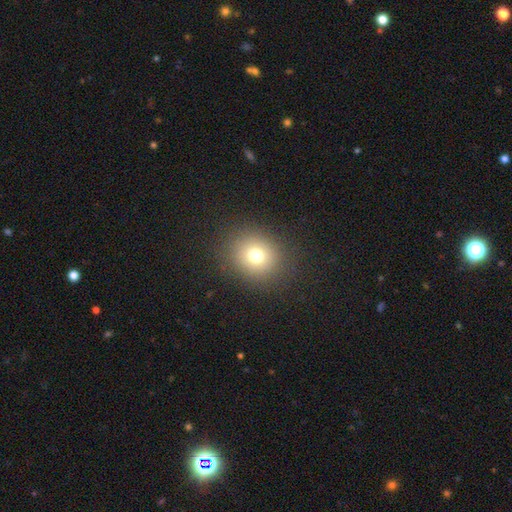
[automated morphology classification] Q: Smooth or featured?
A: smooth (74%); runner-up: star or artifact (16%)
Q: How rounded?
A: round (80%); runner-up: in between (19%)
Q: Merging?
A: none (88%); runner-up: minor disturbance (7%)